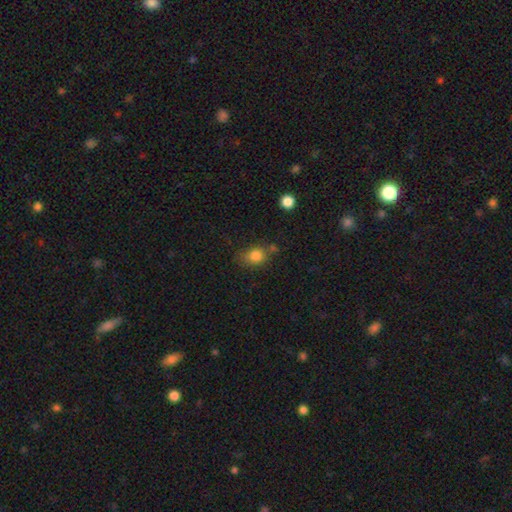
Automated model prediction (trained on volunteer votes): Q: Smooth or featured?
A: smooth (82%); runner-up: star or artifact (11%)
Q: How rounded?
A: round (52%); runner-up: in between (47%)
Q: Merging?
A: none (61%); runner-up: minor disturbance (23%)